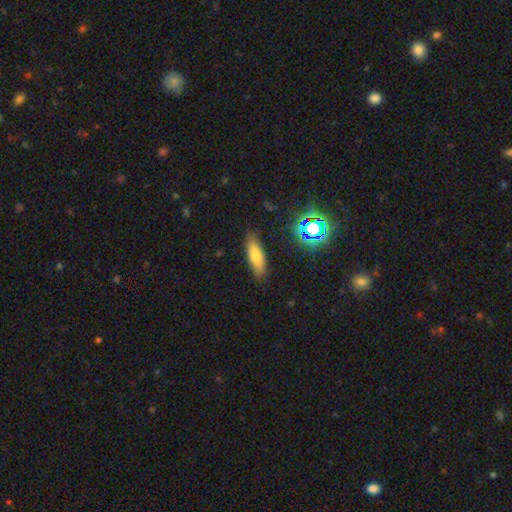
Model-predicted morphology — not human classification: A smooth galaxy with no disk features (71%) that is in between round and cigar-shaped (58%).

Vote fractions:
- Smooth or featured? smooth: 71% / featured or disk: 17% / star or artifact: 12%
- How rounded? in between: 58% / cigar-shaped: 39% / round: 3%
- Merging? none: 83% / minor disturbance: 13% / major disturbance: 3% / merger: 2%